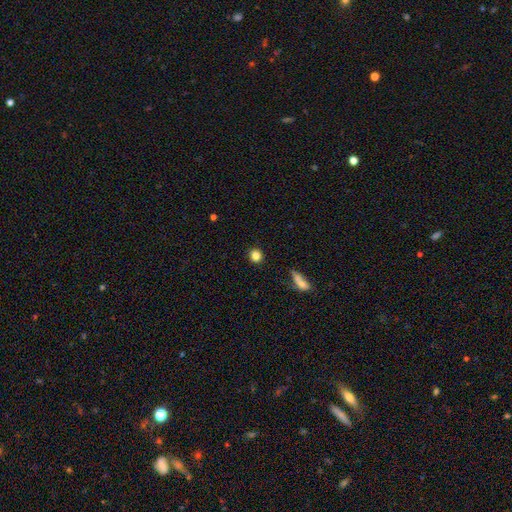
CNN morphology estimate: smooth-or-featured: smooth: 84% | star or artifact: 11% | featured or disk: 5%
  how-rounded: round: 91% | in between: 8% | cigar-shaped: 1%
  merging: none: 90% | minor disturbance: 6% | major disturbance: 2% | merger: 2%